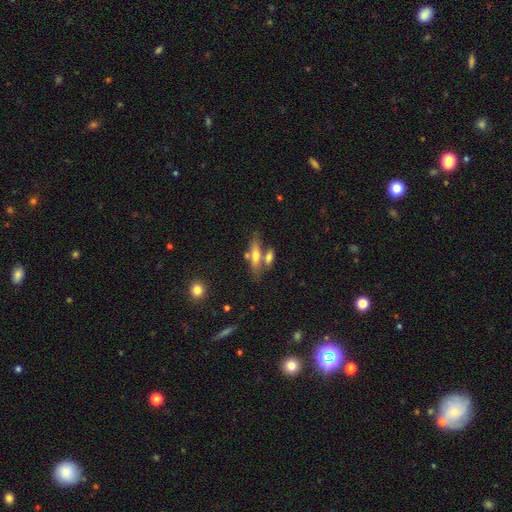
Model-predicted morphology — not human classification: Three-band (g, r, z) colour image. It shows a smooth galaxy with no disk features (57%) that is cigar-shaped (59%). Merging: none (54%).